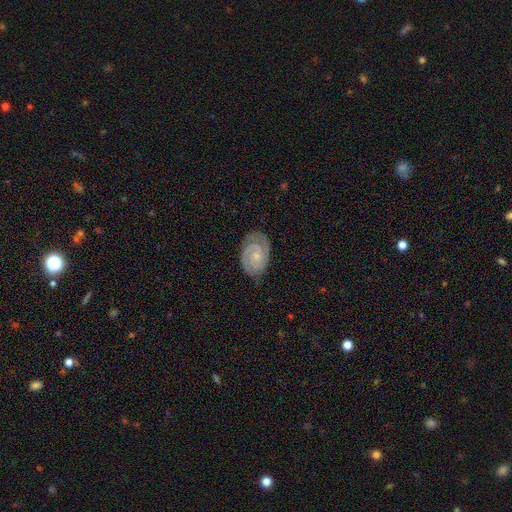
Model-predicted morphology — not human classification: featured or disk 86%, smooth 9%, star or artifact 5%. Down the decision tree: edge-on disk — no (97%); bar — no (67%); spiral arms — yes (97%); spiral arm count — 2 (82%); spiral winding — tight (71%); bulge size — small (68%); merging — none (78%).